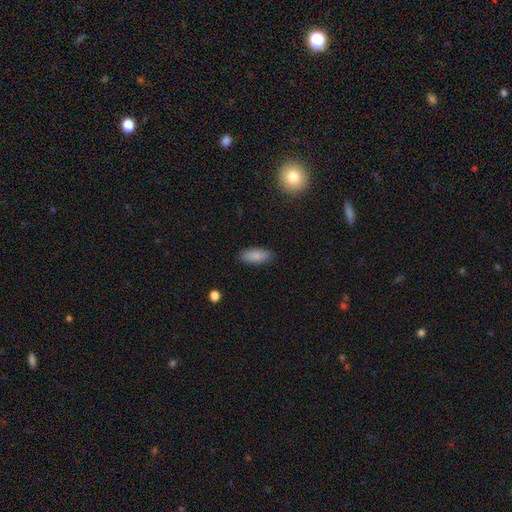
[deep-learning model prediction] Smooth or featured? Predicted: smooth (p=0.86). How rounded? Predicted: in between (p=0.83). Merging? Predicted: none (p=0.87).